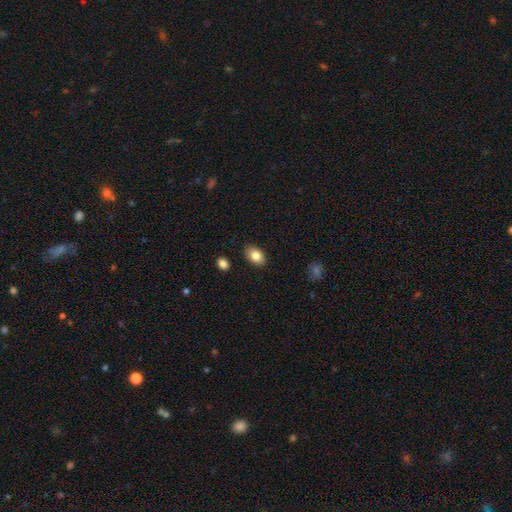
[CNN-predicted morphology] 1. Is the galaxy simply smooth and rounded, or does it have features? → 83% smooth, 10% featured or disk, 8% star or artifact.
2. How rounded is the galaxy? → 89% in between, 10% round, 1% cigar-shaped.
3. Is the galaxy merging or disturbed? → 88% none, 9% minor disturbance, 2% major disturbance, 1% merger.